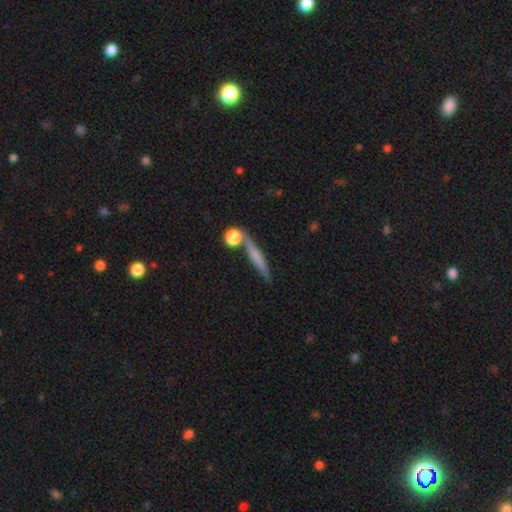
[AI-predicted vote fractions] Smooth or featured? smooth (48%)
Merging? none (71%)